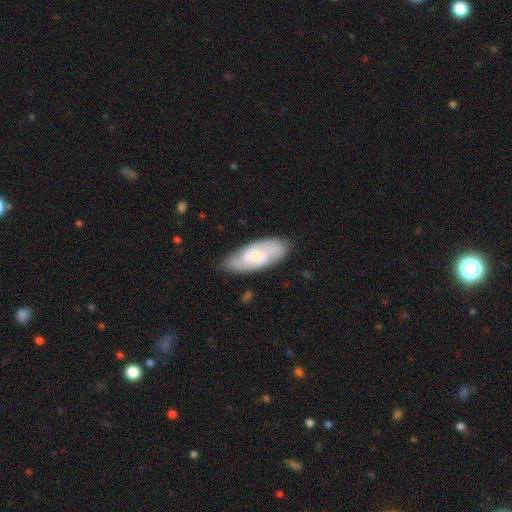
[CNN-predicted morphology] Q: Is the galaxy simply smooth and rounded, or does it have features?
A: featured or disk — 58%.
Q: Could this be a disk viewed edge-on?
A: no — 90%.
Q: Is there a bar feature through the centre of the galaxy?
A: no — 57%.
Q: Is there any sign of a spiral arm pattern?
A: yes — 89%.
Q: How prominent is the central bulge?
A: small — 53%.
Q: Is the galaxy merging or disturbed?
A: none — 77%.